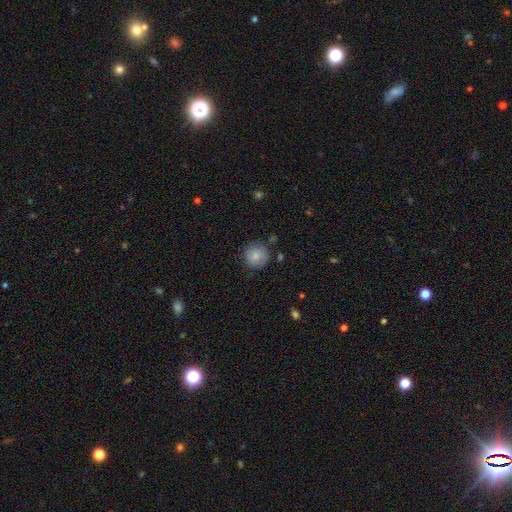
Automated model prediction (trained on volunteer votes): This is clearly a smooth galaxy (83%). How rounded: clearly round (93%). Merging: clearly none (81%).